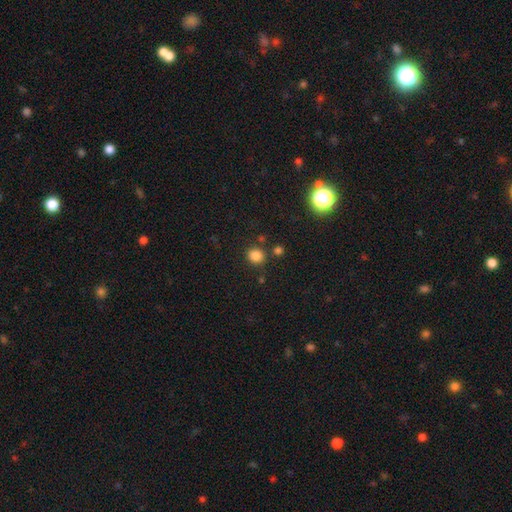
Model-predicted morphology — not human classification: This appears to be a smooth galaxy with no disk features (83%) that is round (82%). Merging: none (83%).